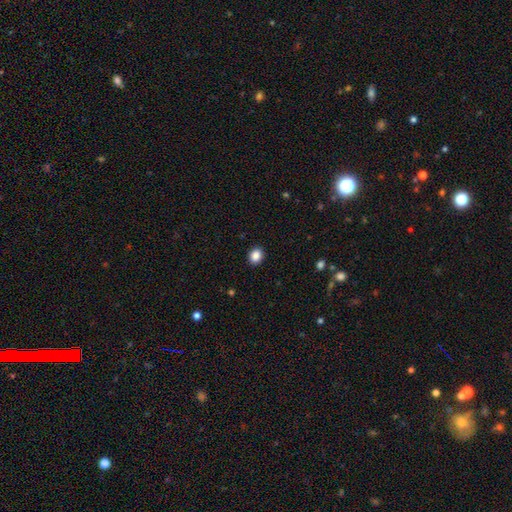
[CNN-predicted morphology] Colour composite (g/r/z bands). It shows a smooth galaxy with no disk features (87%) that is round (63%). Merging: none (92%).